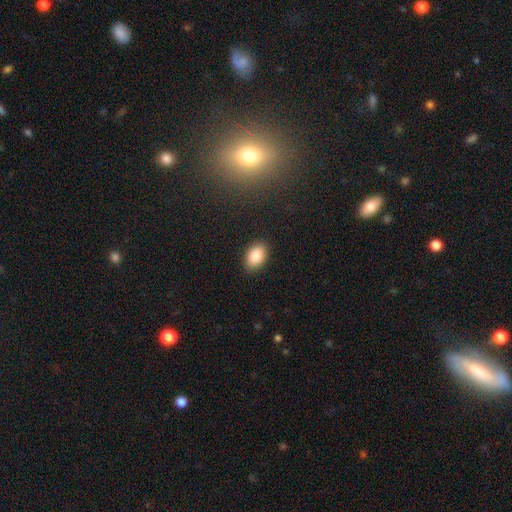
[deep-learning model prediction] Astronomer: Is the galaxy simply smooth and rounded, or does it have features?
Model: smooth — 88%.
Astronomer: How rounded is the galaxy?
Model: in between — 90%.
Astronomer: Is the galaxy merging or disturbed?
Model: none — 88%.